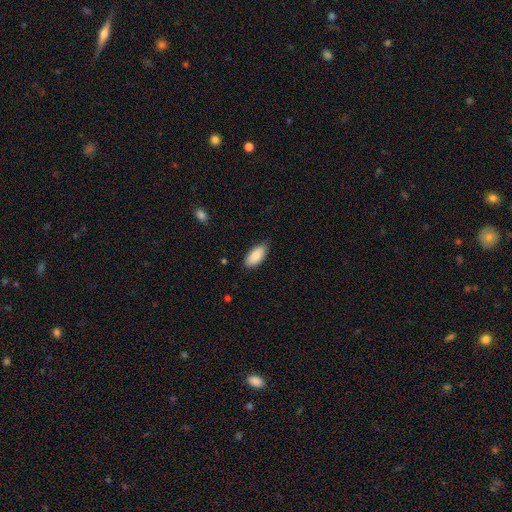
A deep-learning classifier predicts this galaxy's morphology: Q: Smooth or featured?
A: smooth (88%); runner-up: star or artifact (6%)
Q: How rounded?
A: in between (92%); runner-up: cigar-shaped (6%)
Q: Merging?
A: none (82%); runner-up: minor disturbance (15%)